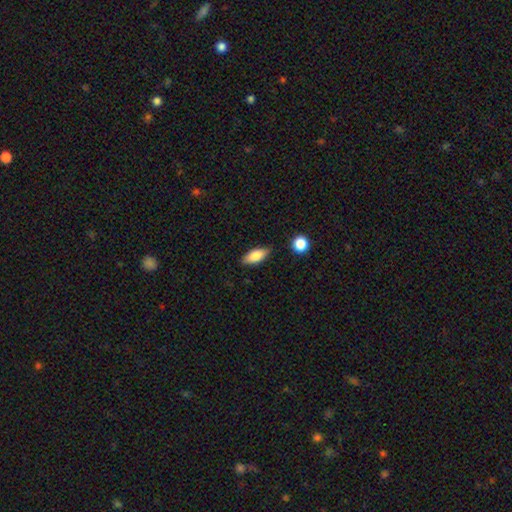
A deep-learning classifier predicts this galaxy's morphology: type=smooth (78%); roundness=in between (82%); merging=none (84%).